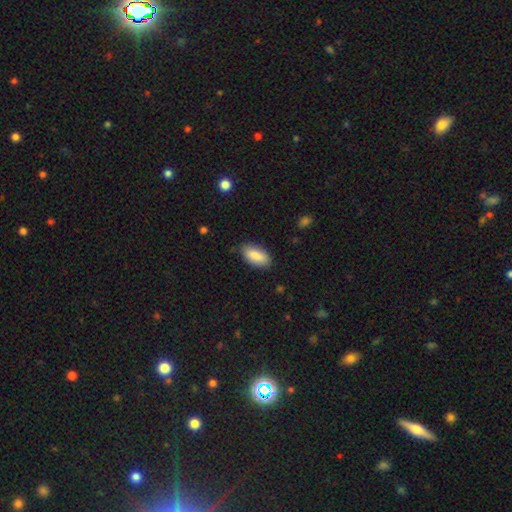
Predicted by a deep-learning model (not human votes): Smooth or featured?
  - smooth: 86% *
  - featured or disk: 7%
  - star or artifact: 6%
How rounded?
  - in between: 91% *
  - cigar-shaped: 6%
  - round: 2%
Merging?
  - none: 80% *
  - minor disturbance: 16%
  - major disturbance: 3%
  - merger: 1%